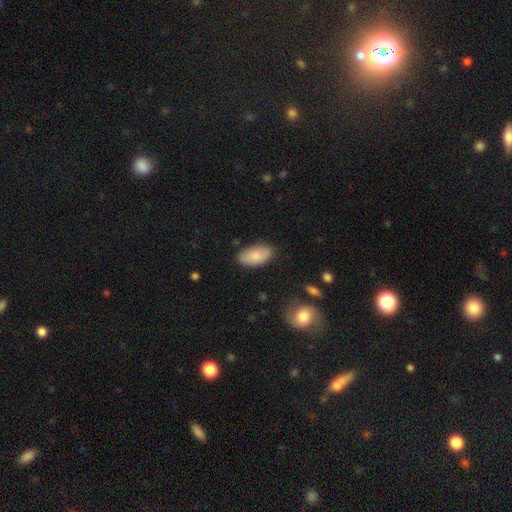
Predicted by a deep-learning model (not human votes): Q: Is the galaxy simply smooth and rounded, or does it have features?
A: smooth — 84%.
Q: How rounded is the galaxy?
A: in between — 95%.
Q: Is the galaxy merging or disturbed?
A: none — 82%.